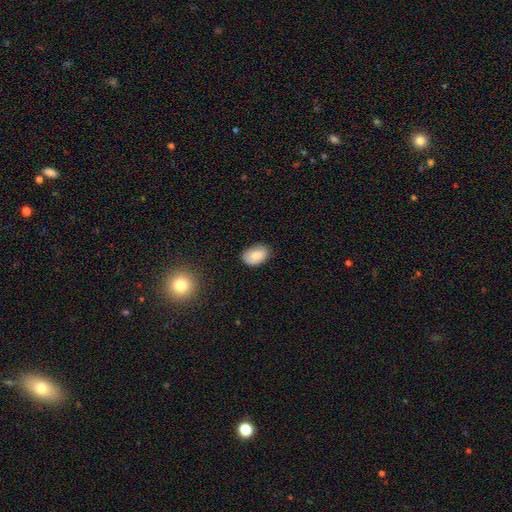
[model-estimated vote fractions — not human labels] Overall: smooth (84%). How rounded: in between (90%). Merging: none (78%).